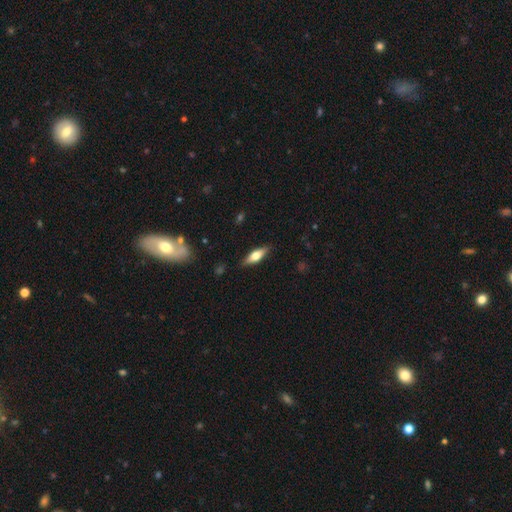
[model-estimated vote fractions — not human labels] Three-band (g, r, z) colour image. It shows a smooth galaxy with no disk features (52%) that is in between round and cigar-shaped (52%). Merging: none (87%).